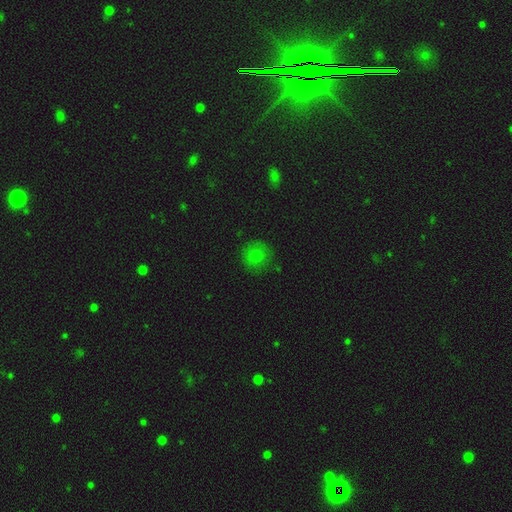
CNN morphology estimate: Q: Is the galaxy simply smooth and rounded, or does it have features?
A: smooth — 76%.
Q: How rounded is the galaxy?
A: round — 90%.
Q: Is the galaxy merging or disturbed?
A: none — 80%.